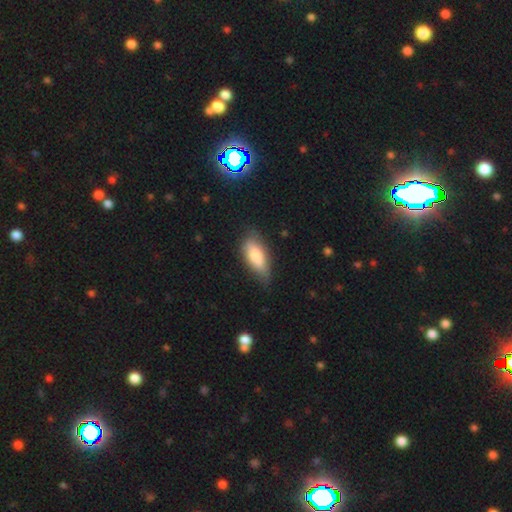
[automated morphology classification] A smooth galaxy with no disk features (76%) that is in between round and cigar-shaped (76%).

Vote fractions:
- Smooth or featured? smooth: 76% / featured or disk: 18% / star or artifact: 6%
- How rounded? in between: 76% / cigar-shaped: 21% / round: 2%
- Merging? none: 68% / minor disturbance: 26% / major disturbance: 5% / merger: 2%